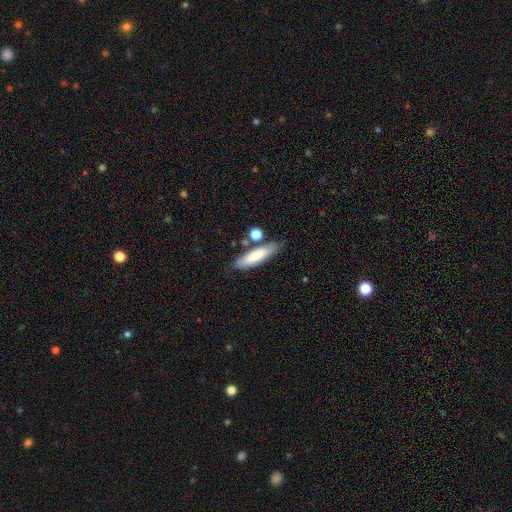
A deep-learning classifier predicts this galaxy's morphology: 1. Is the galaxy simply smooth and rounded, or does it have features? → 72% smooth, 21% featured or disk, 7% star or artifact.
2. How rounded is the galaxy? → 62% cigar-shaped, 36% in between, 2% round.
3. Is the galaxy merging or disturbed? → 65% none, 16% minor disturbance, 14% merger, 5% major disturbance.